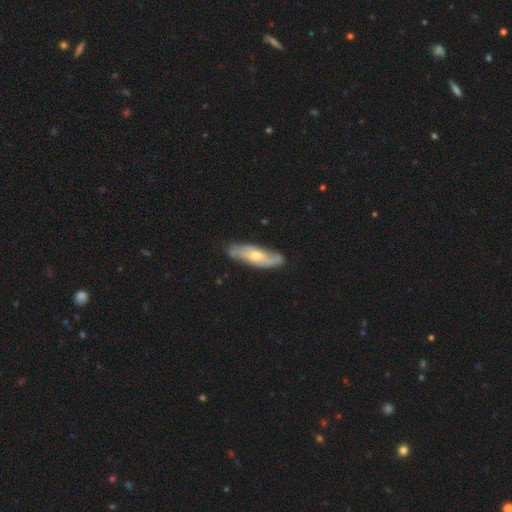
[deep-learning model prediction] Q: Smooth or featured?
A: featured or disk (66%); runner-up: smooth (29%)
Q: Edge-on disk?
A: no (71%); runner-up: yes (29%)
Q: Merging?
A: none (77%); runner-up: minor disturbance (18%)